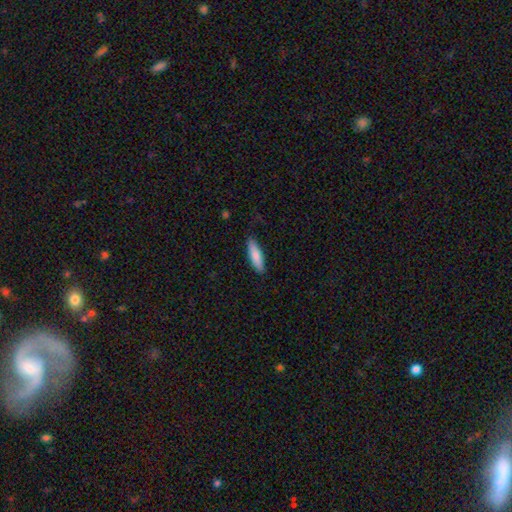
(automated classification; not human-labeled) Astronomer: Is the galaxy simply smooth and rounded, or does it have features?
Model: smooth — 84%.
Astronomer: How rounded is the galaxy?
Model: cigar-shaped — 63%.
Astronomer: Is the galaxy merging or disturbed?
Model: none — 83%.